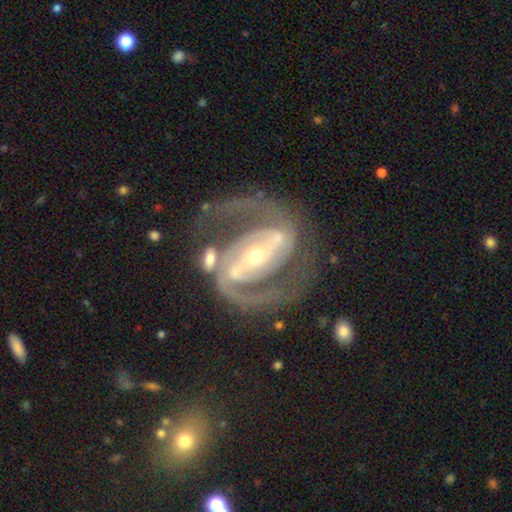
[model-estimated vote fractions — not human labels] This is clearly a featured or disk galaxy (91%). It is clearly not viewed edge-on (97%). Bar: likely strong (65%). Spiral arm pattern: clearly yes (98%). Spiral arm count: clearly 2 (91%). Spiral winding: possibly medium (57%). Central bulge: likely small (61%). Merging: likely none (68%).